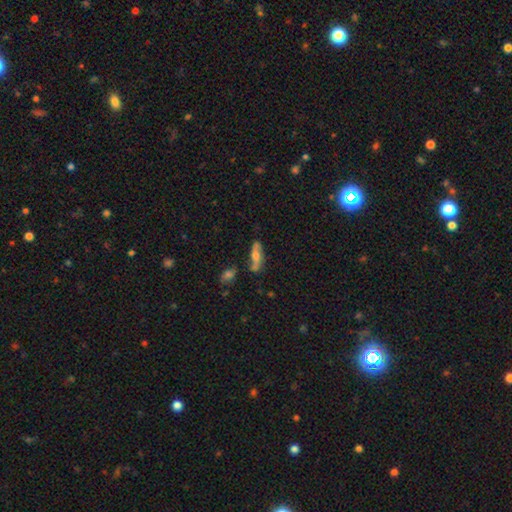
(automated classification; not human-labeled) Smooth or featured: featured or disk — 55% (smooth — 38%)
Edge-on disk: no — 56% (yes — 44%)
Merging: none — 68% (minor disturbance — 19%)